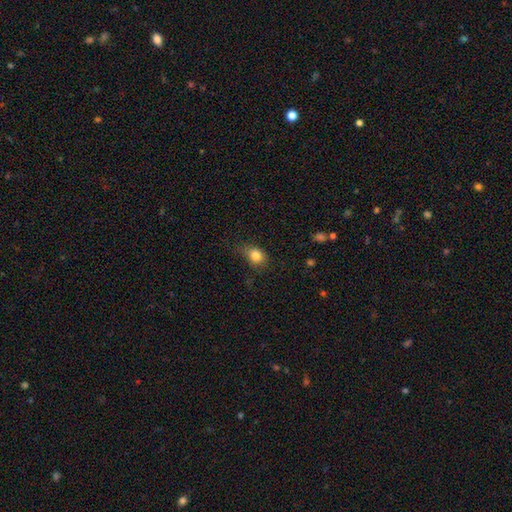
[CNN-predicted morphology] Q: Smooth or featured?
A: smooth (83%); runner-up: star or artifact (10%)
Q: How rounded?
A: in between (50%); runner-up: round (48%)
Q: Merging?
A: none (61%); runner-up: minor disturbance (28%)